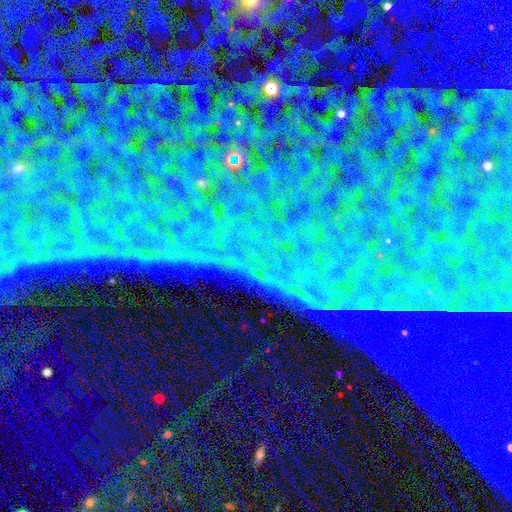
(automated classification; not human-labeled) Smooth or featured? Predicted: star or artifact (p=0.86).